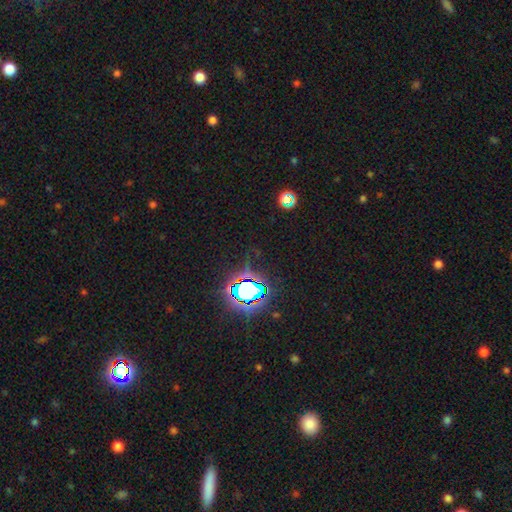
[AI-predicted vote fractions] Q: Smooth or featured?
A: star or artifact (80%); runner-up: smooth (13%)